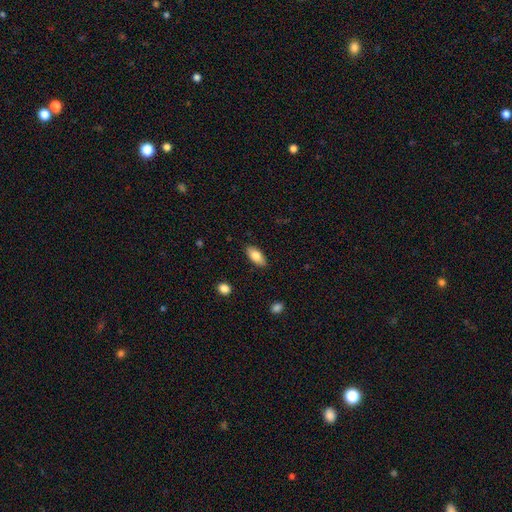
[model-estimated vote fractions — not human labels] Overall: smooth (80%). How rounded: in between (89%). Merging: none (87%).